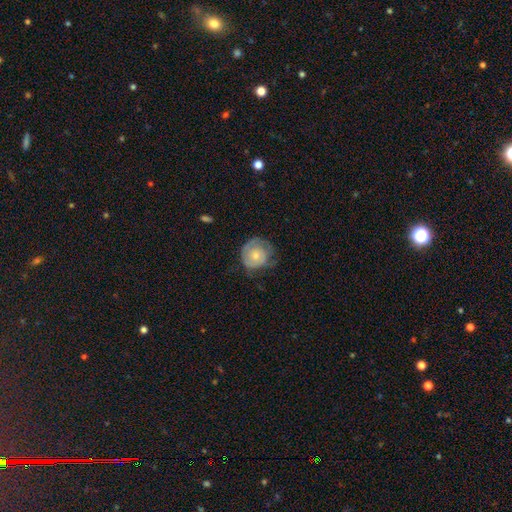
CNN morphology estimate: Smooth or featured?
  - smooth: 50% *
  - featured or disk: 43%
  - star or artifact: 7%
How rounded?
  - round: 85% *
  - in between: 14%
  - cigar-shaped: 1%
Merging?
  - none: 50% *
  - minor disturbance: 32%
  - major disturbance: 17%
  - merger: 2%